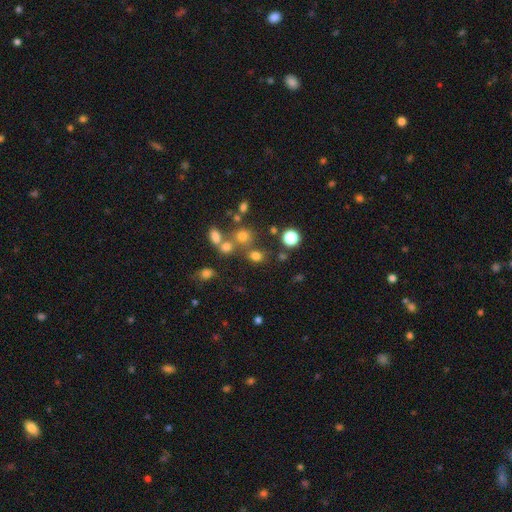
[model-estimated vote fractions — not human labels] The model was most divided on "merging": none: 63%, merger: 20%, minor disturbance: 11%, major disturbance: 6%. More confident: how rounded — round (72%); smooth or featured — smooth (71%).